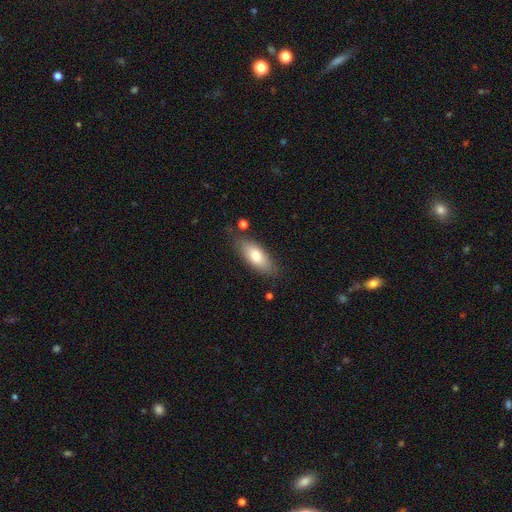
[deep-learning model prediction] Overall: smooth (77%). How rounded: in between (78%). Merging: none (80%).